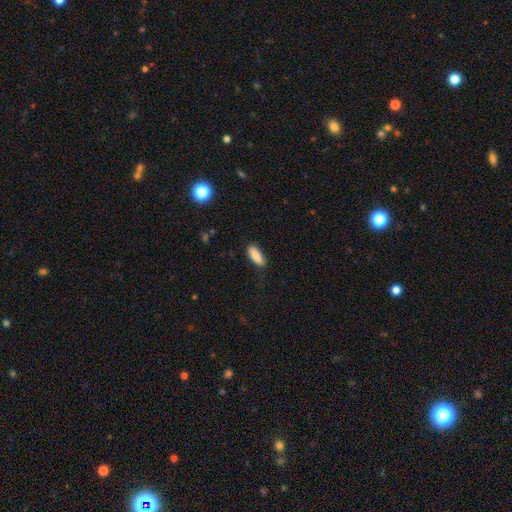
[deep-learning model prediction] Smooth or featured? Predicted: smooth (p=0.87). How rounded? Predicted: in between (p=0.73). Merging? Predicted: none (p=0.83).